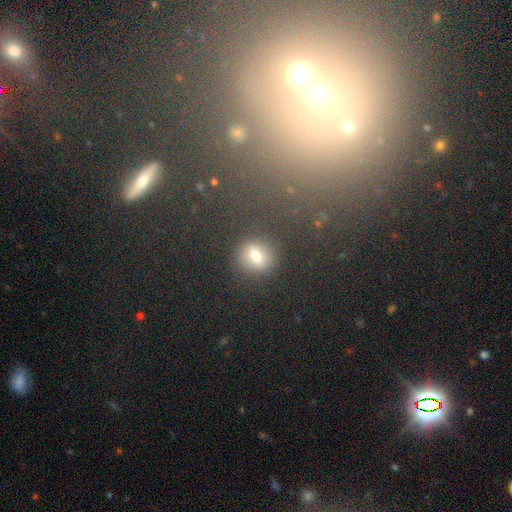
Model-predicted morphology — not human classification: This is likely a smooth galaxy (65%). How rounded: likely round (68%). Merging: clearly none (86%).